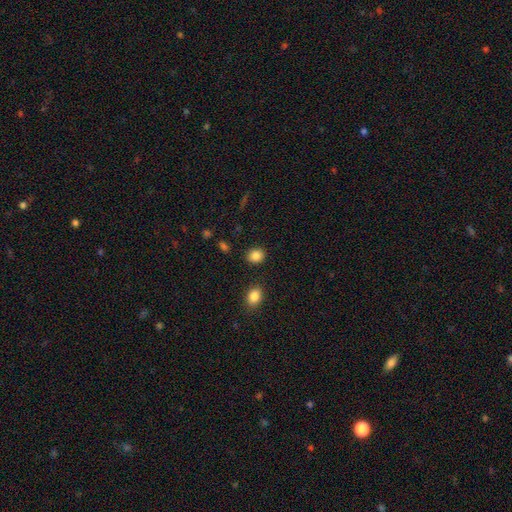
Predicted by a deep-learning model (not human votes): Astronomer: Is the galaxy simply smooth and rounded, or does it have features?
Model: smooth — 87%.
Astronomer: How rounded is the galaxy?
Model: round — 66%.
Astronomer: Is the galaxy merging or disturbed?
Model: none — 88%.